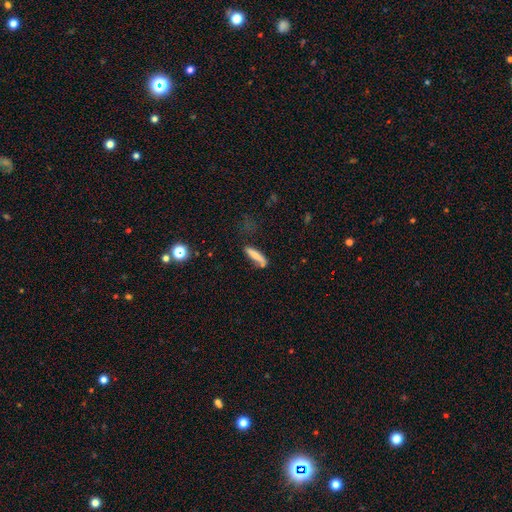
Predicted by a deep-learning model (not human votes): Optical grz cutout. It shows a smooth galaxy with no disk features (74%) that is cigar-shaped (80%). Merging: none (61%).